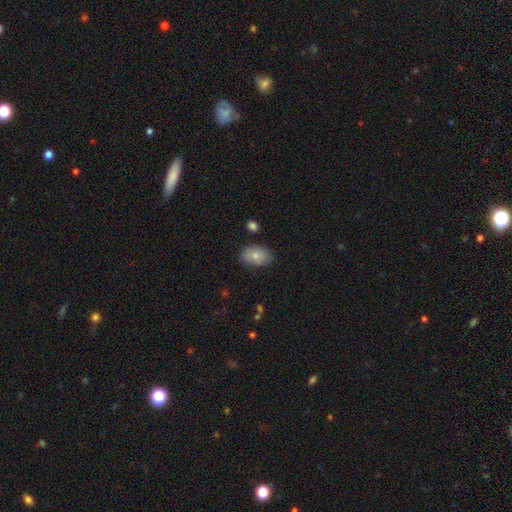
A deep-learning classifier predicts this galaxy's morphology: This is likely a smooth galaxy (78%). How rounded: clearly in between (83%). Merging: likely none (72%).